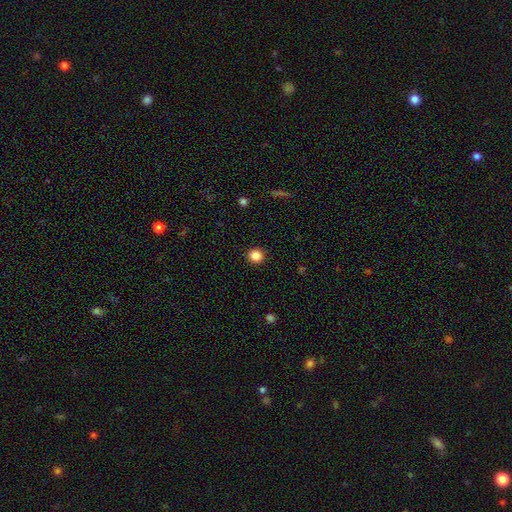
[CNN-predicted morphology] smooth-or-featured: smooth: 85% | star or artifact: 11% | featured or disk: 4%
  how-rounded: round: 91% | in between: 8% | cigar-shaped: 1%
  merging: none: 92% | minor disturbance: 5% | major disturbance: 2% | merger: 1%